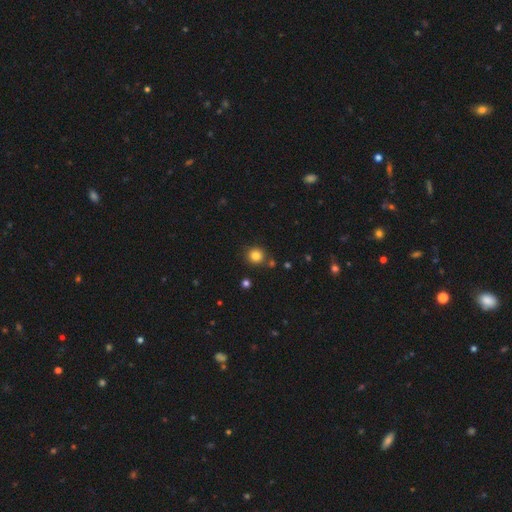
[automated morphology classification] Smooth or featured?
  - smooth: 83% *
  - star or artifact: 12%
  - featured or disk: 5%
How rounded?
  - round: 91% *
  - in between: 8%
  - cigar-shaped: 1%
Merging?
  - none: 84% *
  - minor disturbance: 8%
  - merger: 5%
  - major disturbance: 2%